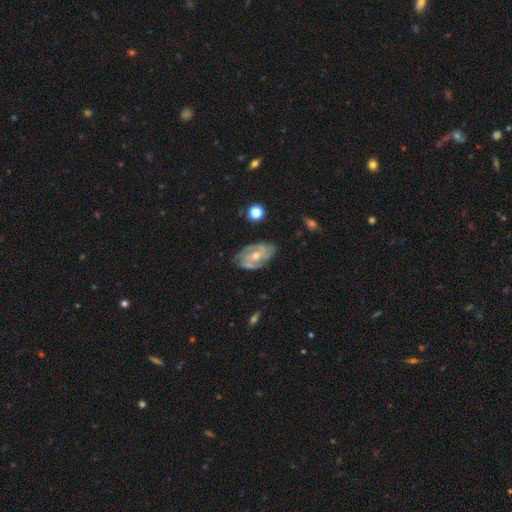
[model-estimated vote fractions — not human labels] A featured or disk galaxy (81%) with no bar (66%), 2 (31%) tight (56%) spiral arms (89%) and a moderate central bulge (59%).

Vote fractions:
- Smooth or featured? featured or disk: 81% / smooth: 12% / star or artifact: 8%
- Edge-on disk? no: 95% / yes: 5%
- Bar? no: 66% / weak: 26% / strong: 7%
- Spiral arms? yes: 89% / no: 11%
- Spiral winding? tight: 56% / medium: 33% / loose: 11%
- Spiral arm count? 2: 31% / can't tell: 30% / 3: 22% / 4: 7% / 1: 5% / more than 4: 4%
- Bulge size? moderate: 59% / small: 38% / large: 2% / none: 1% / dominant: 1%
- Merging? none: 72% / minor disturbance: 20% / major disturbance: 6% / merger: 2%